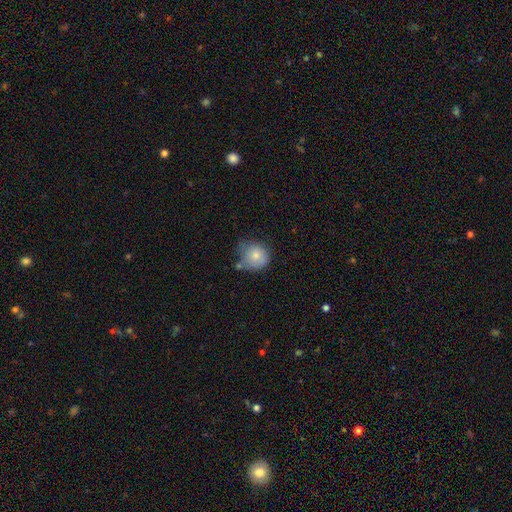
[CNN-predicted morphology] Smooth or featured?
  - smooth: 79% *
  - featured or disk: 12%
  - star or artifact: 9%
How rounded?
  - round: 83% *
  - in between: 17%
  - cigar-shaped: 1%
Merging?
  - none: 48% *
  - minor disturbance: 32%
  - merger: 10%
  - major disturbance: 10%